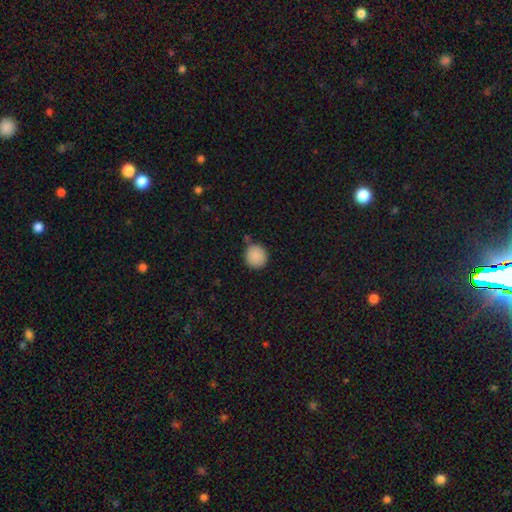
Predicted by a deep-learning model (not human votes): This appears to be a smooth galaxy with no disk features (89%) that is round (92%). Merging: none (77%).